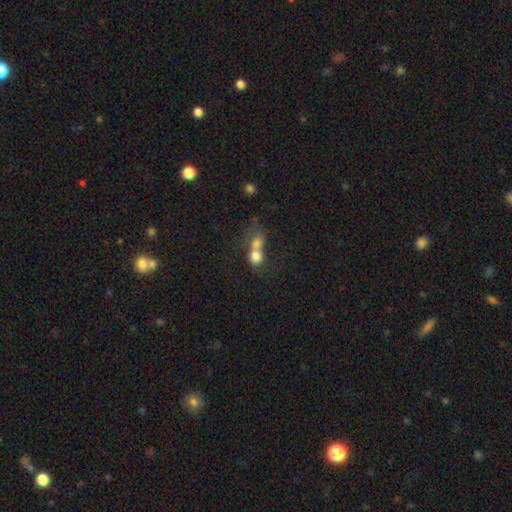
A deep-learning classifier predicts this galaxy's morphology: This is likely a smooth galaxy (73%). How rounded: likely round (67%). Merging: likely merger (72%).